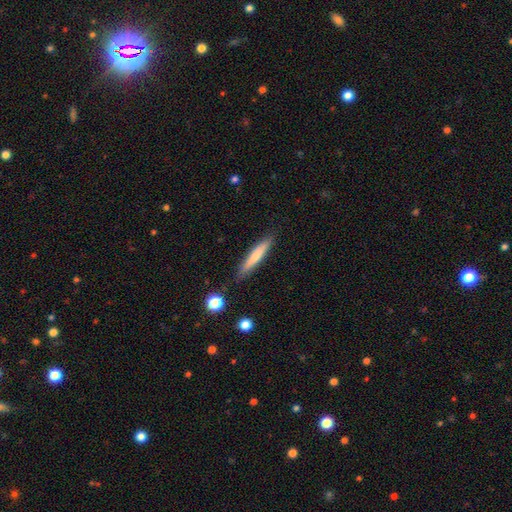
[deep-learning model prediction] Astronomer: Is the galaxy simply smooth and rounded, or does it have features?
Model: smooth — 67%.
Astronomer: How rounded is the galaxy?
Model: cigar-shaped — 91%.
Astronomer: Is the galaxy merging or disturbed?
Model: none — 86%.